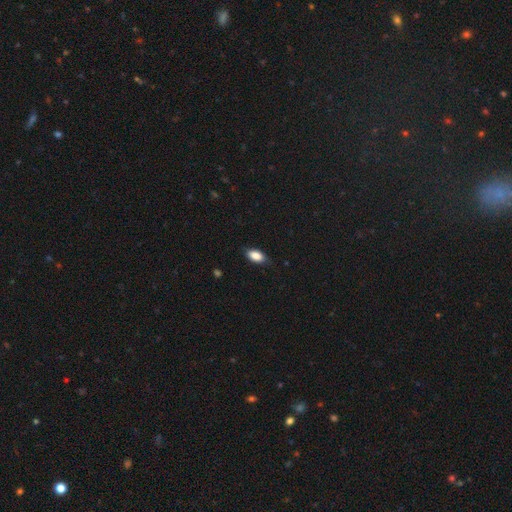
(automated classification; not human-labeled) smooth 87%, star or artifact 7%, featured or disk 6%. Down the decision tree: how rounded — in between (91%); merging — none (80%).